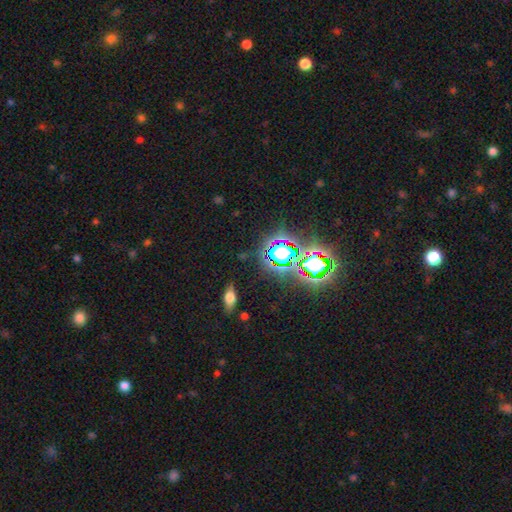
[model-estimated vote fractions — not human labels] smooth_or_featured: star or artifact (p=0.77) [alt: smooth p=0.14]